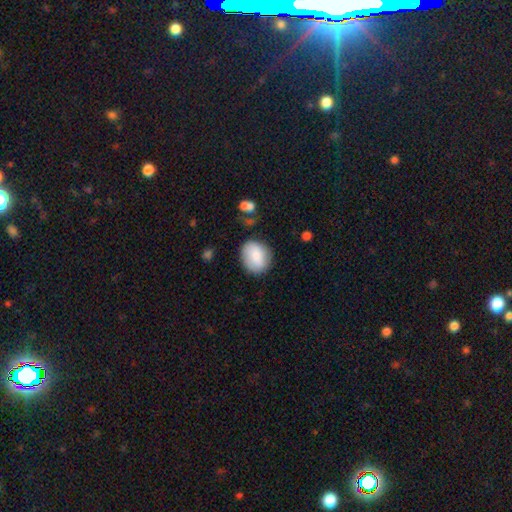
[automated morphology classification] A smooth galaxy with no disk features (77%) that is round (67%). Merging: none (80%).